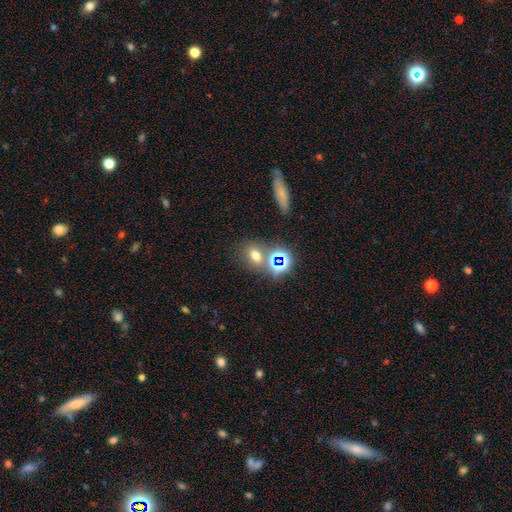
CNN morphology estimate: This appears to be a smooth galaxy with no disk features (60%) that is in between round and cigar-shaped (49%, tied with round). Merging: none (67%).